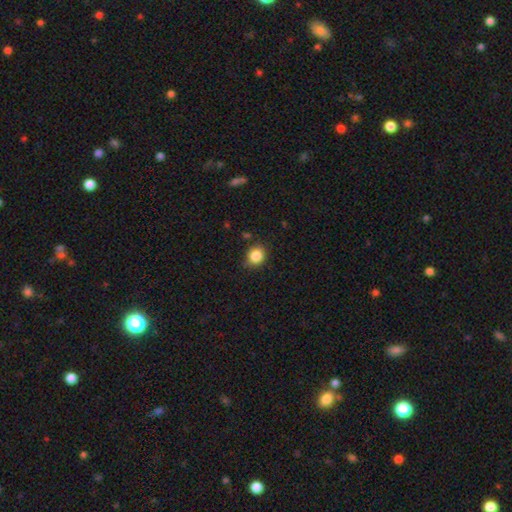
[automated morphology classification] type=smooth (85%); roundness=round (76%); merging=none (79%).